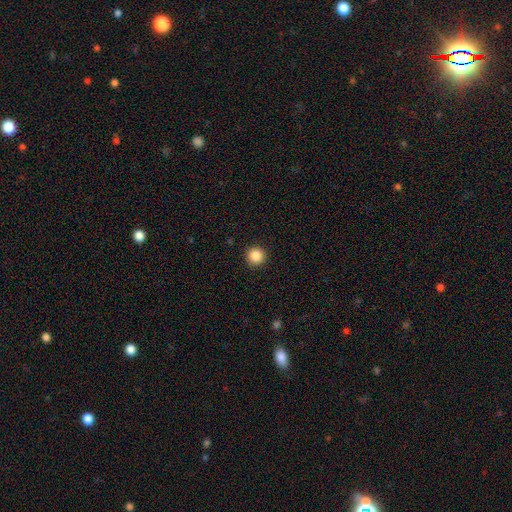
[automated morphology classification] Overall: smooth (87%). How rounded: round (95%). Merging: none (93%).